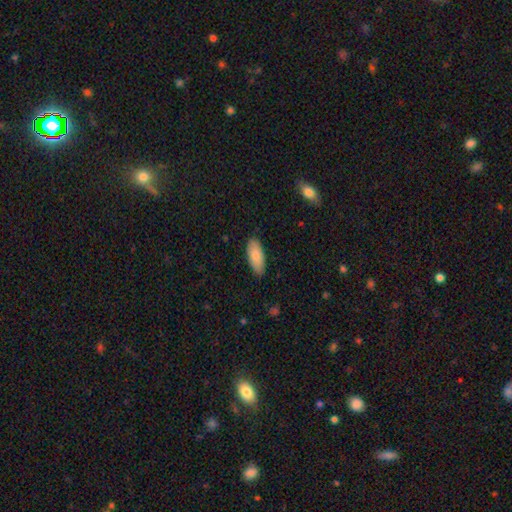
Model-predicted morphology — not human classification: A smooth galaxy with no disk features (84%) that is in between round and cigar-shaped (86%). Merging: none (86%).